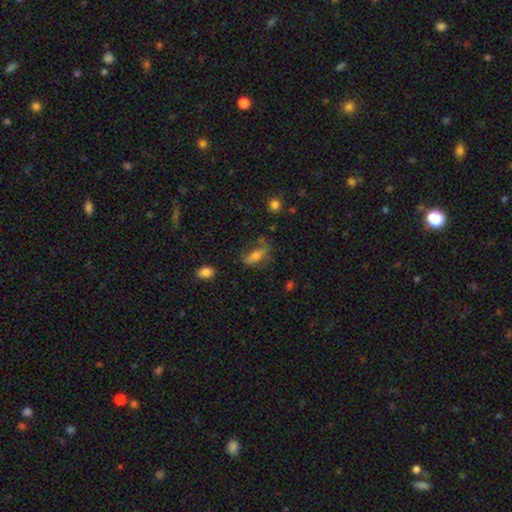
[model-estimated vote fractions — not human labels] smooth_or_featured: smooth (p=0.58) [alt: featured or disk p=0.30]
how_rounded: in between (p=0.73) [alt: cigar-shaped p=0.21]
merging: none (p=0.46) [alt: major disturbance p=0.26]